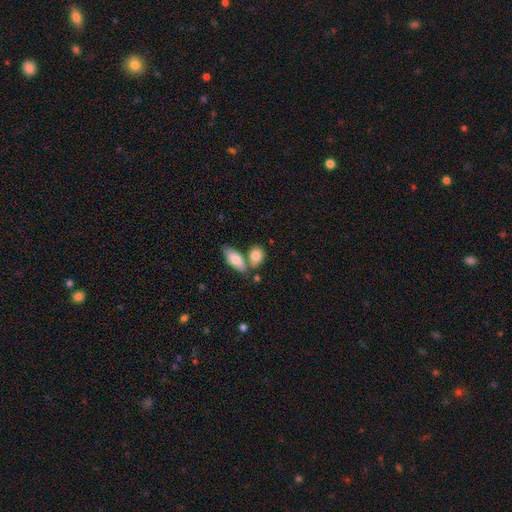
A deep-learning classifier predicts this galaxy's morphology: type=smooth (83%); roundness=in between (71%); merging=none (52%).